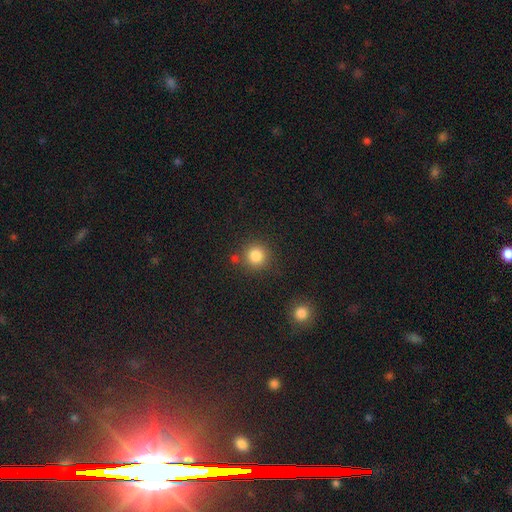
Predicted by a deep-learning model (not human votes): This appears to be a smooth galaxy with no disk features (84%) that is round (93%). Merging: none (82%).